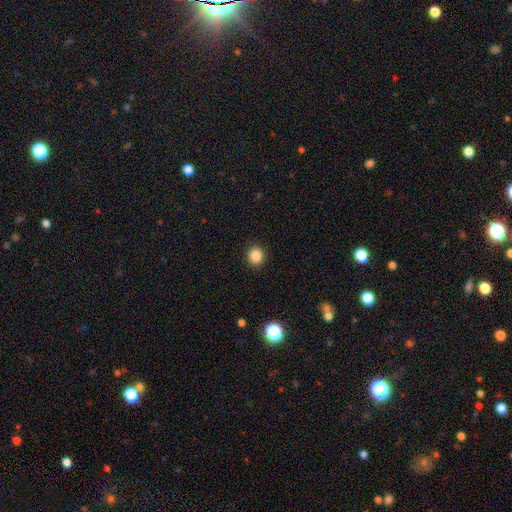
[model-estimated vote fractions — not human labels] Overall: smooth (86%). How rounded: round (86%). Merging: none (92%).